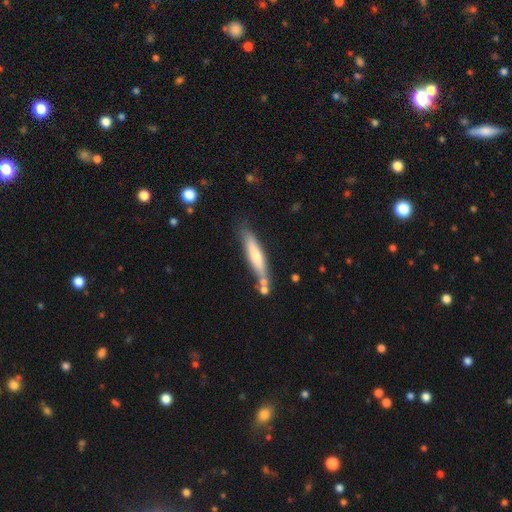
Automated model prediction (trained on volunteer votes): The model was most divided on "smooth or featured": smooth: 60%, featured or disk: 34%, star or artifact: 5%. More confident: how rounded — cigar-shaped (88%); merging — none (71%).